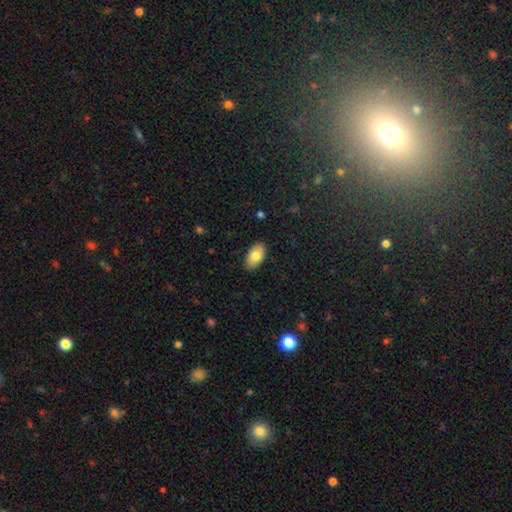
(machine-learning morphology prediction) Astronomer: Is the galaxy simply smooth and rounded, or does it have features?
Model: smooth — 80%.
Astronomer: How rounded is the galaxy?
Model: in between — 94%.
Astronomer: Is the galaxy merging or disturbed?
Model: none — 87%.